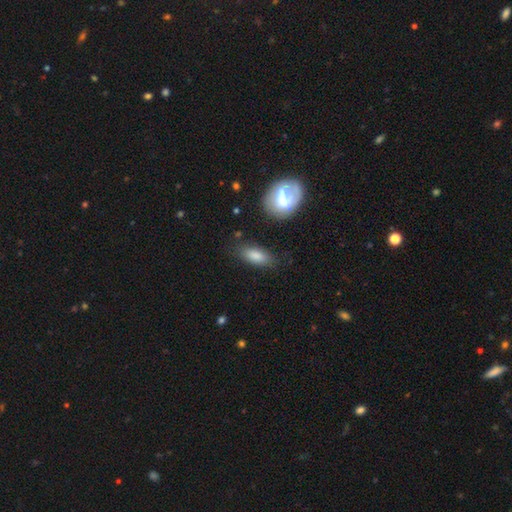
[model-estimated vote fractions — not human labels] Q: Smooth or featured?
A: smooth (83%); runner-up: featured or disk (10%)
Q: How rounded?
A: in between (79%); runner-up: cigar-shaped (18%)
Q: Merging?
A: none (78%); runner-up: minor disturbance (15%)